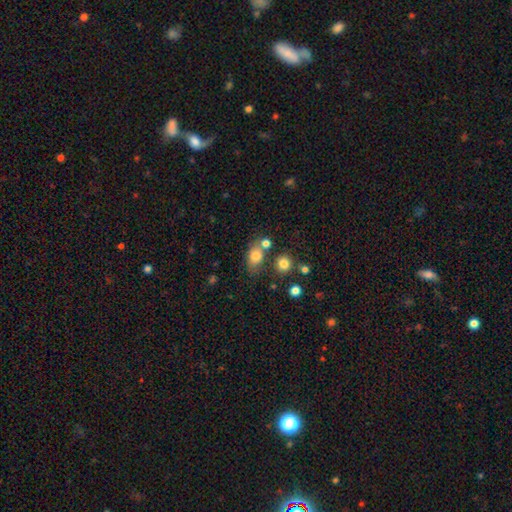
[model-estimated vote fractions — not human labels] smooth 78%, star or artifact 11%, featured or disk 11%. Down the decision tree: how rounded — in between (66%); merging — none (58%).